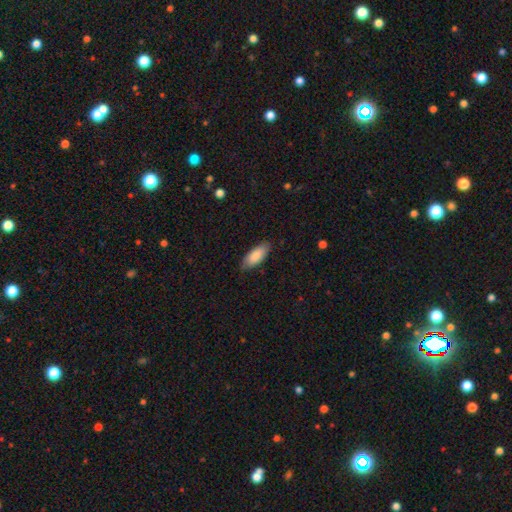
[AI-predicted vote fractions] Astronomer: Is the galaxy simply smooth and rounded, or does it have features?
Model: smooth — 86%.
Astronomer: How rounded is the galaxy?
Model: in between — 81%.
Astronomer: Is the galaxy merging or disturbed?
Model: none — 81%.